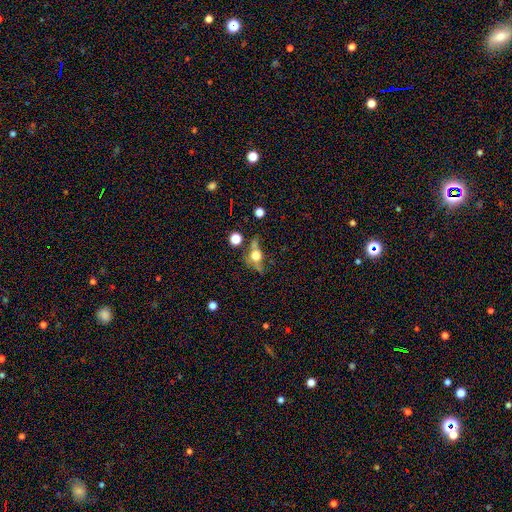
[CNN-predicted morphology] This appears to be a smooth galaxy with no disk features (44%). Merging: none (47%).